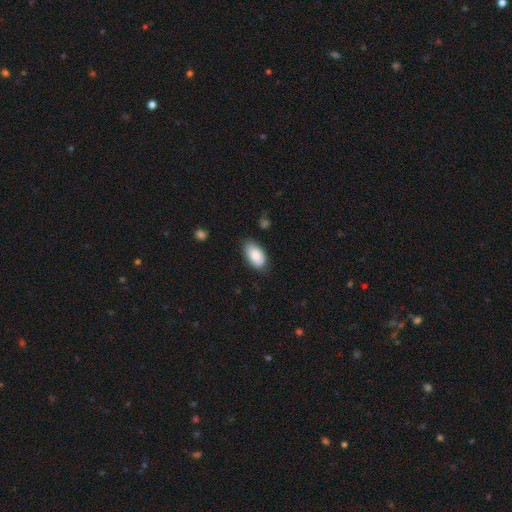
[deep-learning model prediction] This is clearly a smooth galaxy (84%). How rounded: clearly in between (95%). Merging: likely none (76%).